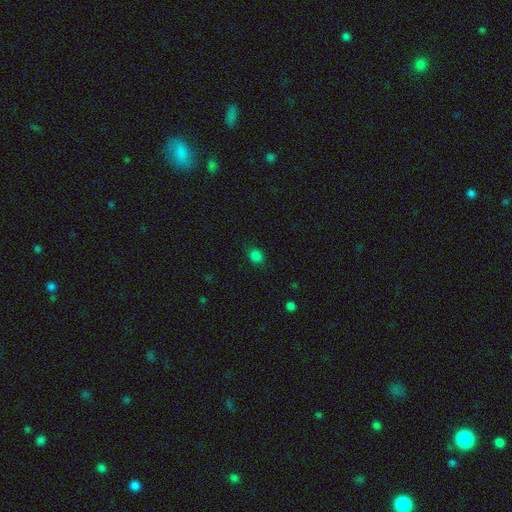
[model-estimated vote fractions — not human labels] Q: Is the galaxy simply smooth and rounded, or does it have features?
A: smooth — 82%.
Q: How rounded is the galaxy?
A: in between — 52%.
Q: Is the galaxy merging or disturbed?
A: none — 84%.